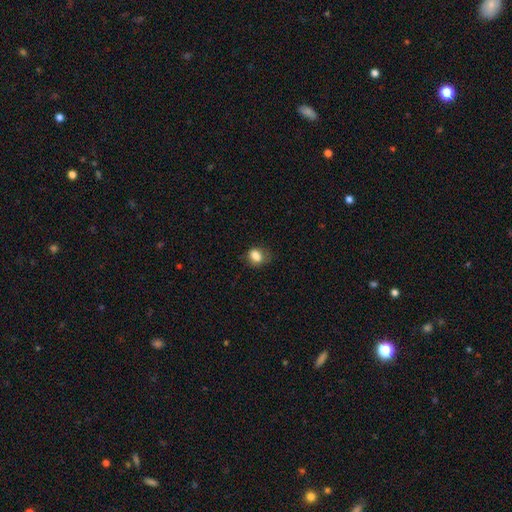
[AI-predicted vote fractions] This is clearly a smooth galaxy (82%). How rounded: likely in between (61%). Merging: likely none (61%).